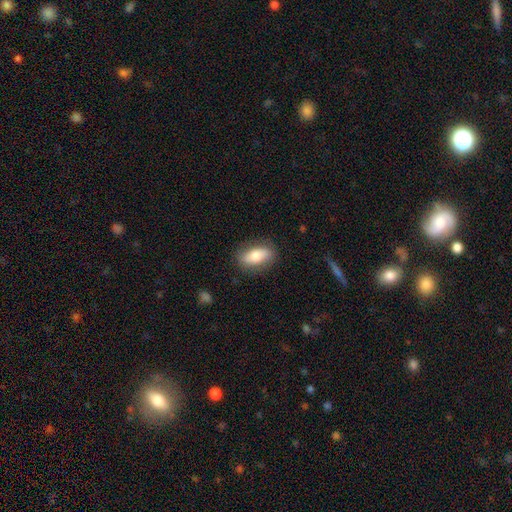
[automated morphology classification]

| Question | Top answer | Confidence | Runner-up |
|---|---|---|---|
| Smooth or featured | smooth | 70% | featured or disk (23%) |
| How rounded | in between | 84% | cigar-shaped (10%) |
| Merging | none | 83% | minor disturbance (13%) |